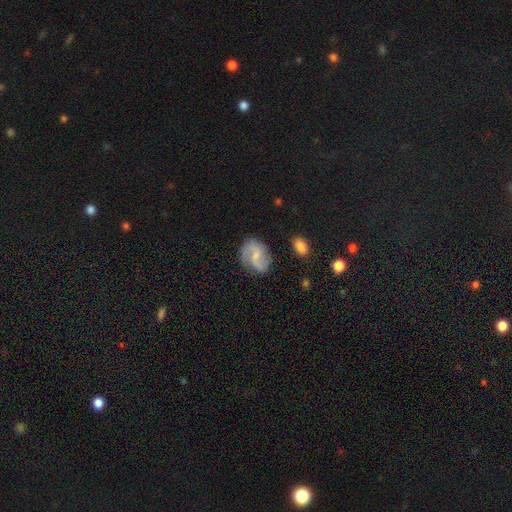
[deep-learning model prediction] Q: Smooth or featured?
A: featured or disk (71%); runner-up: smooth (22%)
Q: Edge-on disk?
A: no (97%); runner-up: yes (3%)
Q: Bar?
A: weak (53%); runner-up: no (33%)
Q: Spiral arms?
A: yes (91%); runner-up: no (9%)
Q: Spiral winding?
A: loose (56%); runner-up: medium (34%)
Q: Spiral arm count?
A: 2 (86%); runner-up: can't tell (6%)
Q: Bulge size?
A: small (57%); runner-up: moderate (21%)
Q: Merging?
A: none (70%); runner-up: minor disturbance (19%)